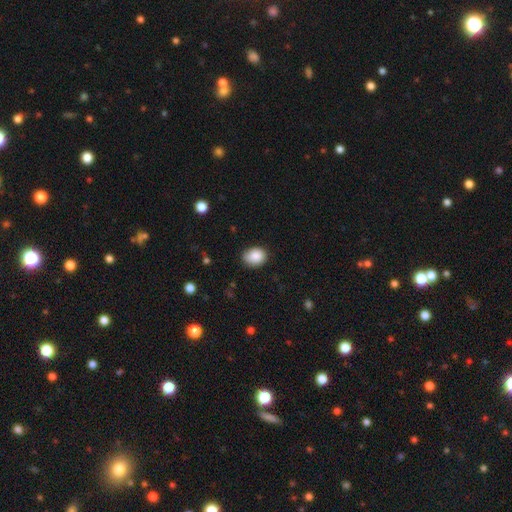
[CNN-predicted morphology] Smooth or featured? Predicted: smooth (p=0.86). How rounded? Predicted: in between (p=0.53). Merging? Predicted: none (p=0.75).